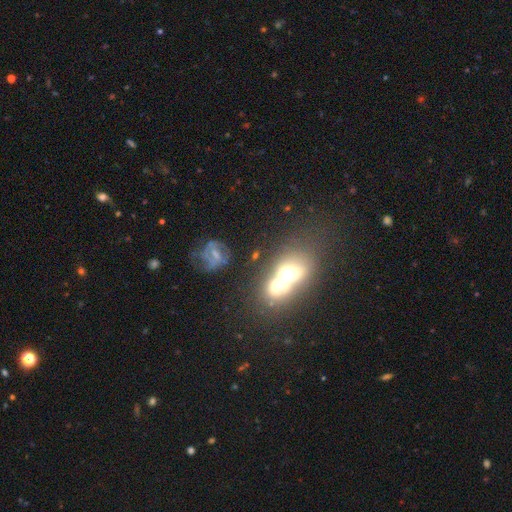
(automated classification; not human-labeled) Smooth or featured: smooth — 45% (featured or disk — 38%)
Merging: merger — 58% (none — 24%)